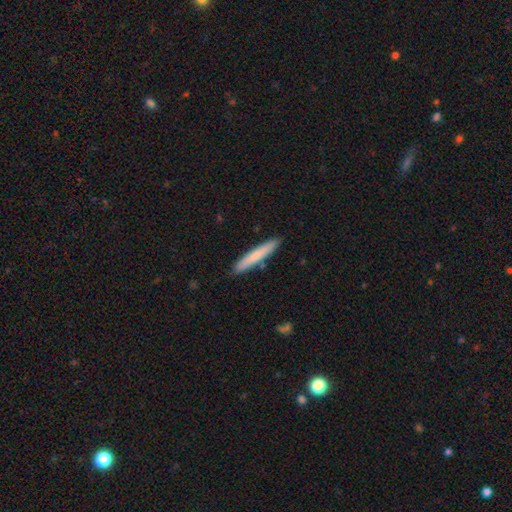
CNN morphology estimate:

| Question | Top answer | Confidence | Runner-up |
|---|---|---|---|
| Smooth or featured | smooth | 74% | featured or disk (20%) |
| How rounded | cigar-shaped | 94% | in between (5%) |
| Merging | none | 89% | minor disturbance (8%) |